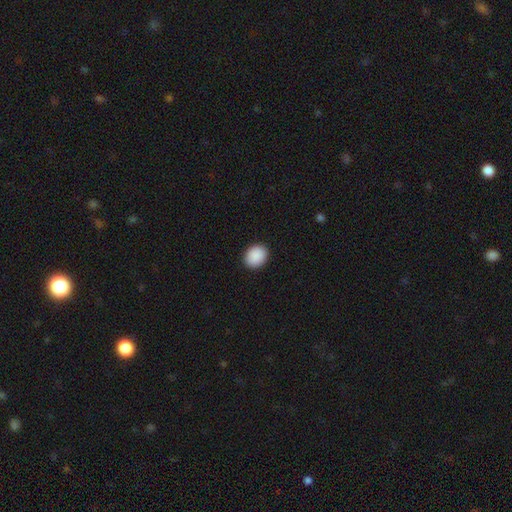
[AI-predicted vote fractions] A smooth galaxy with no disk features (91%) that is round (53%). Merging: none (91%).